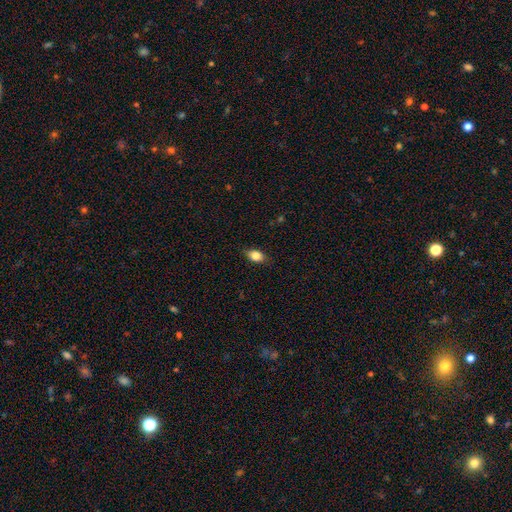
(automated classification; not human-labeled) Smooth or featured? smooth (82%)
How rounded? in between (78%)
Merging? none (81%)